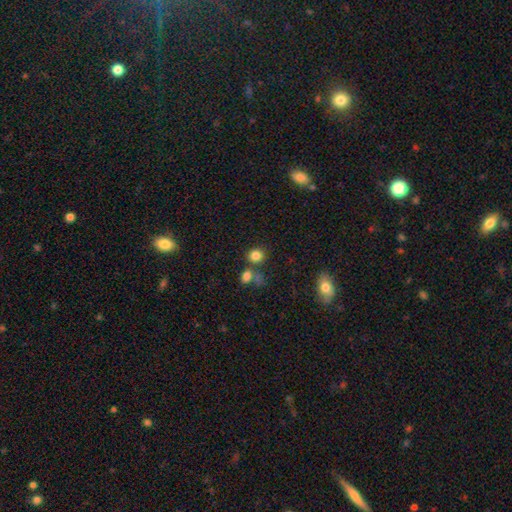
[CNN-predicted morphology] Smooth or featured? Predicted: smooth (p=0.82). How rounded? Predicted: round (p=0.74). Merging? Predicted: none (p=0.69).